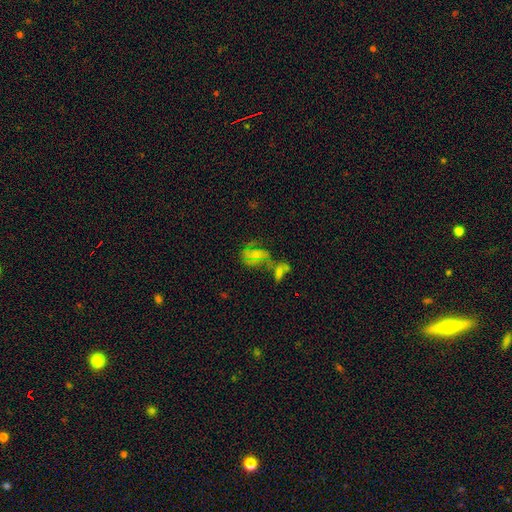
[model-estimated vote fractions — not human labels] Overall: featured or disk (42%, tied with smooth). Merging: merger (35%; none 28%).